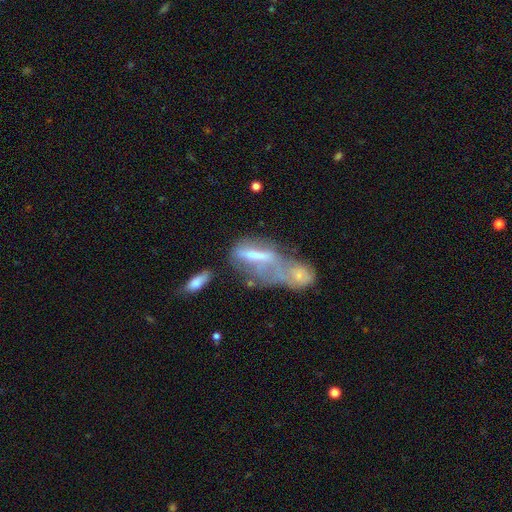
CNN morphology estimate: Smooth or featured: featured or disk — 50% (smooth — 39%)
Merging: merger — 62% (major disturbance — 17%)